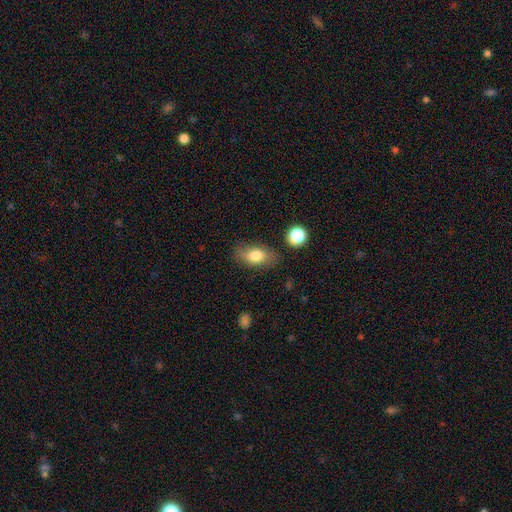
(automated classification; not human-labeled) smooth 78%, featured or disk 14%, star or artifact 8%. Down the decision tree: how rounded — in between (86%); merging — none (76%).